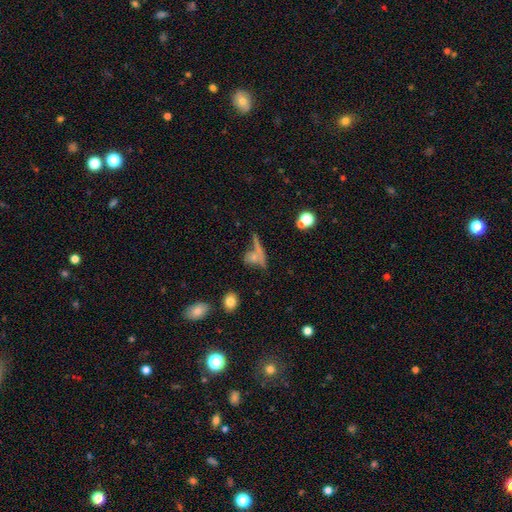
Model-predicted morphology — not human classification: Q: Smooth or featured?
A: smooth (57%); runner-up: featured or disk (28%)
Q: How rounded?
A: in between (34%); runner-up: round (33%)
Q: Merging?
A: none (44%); runner-up: merger (31%)